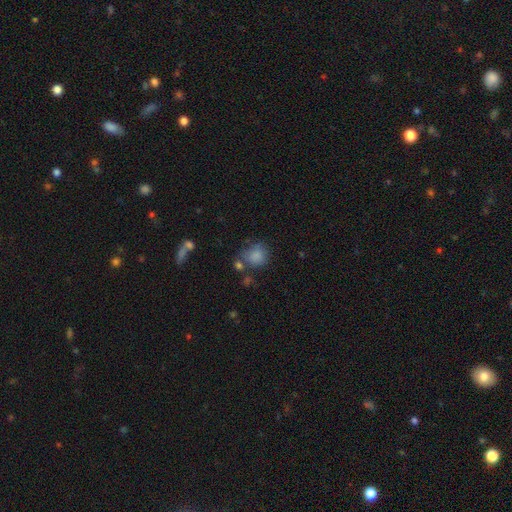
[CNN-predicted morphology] Smooth or featured?
  - smooth: 81% *
  - star or artifact: 11%
  - featured or disk: 8%
How rounded?
  - round: 73% *
  - in between: 26%
  - cigar-shaped: 1%
Merging?
  - none: 54% *
  - minor disturbance: 22%
  - merger: 13%
  - major disturbance: 11%